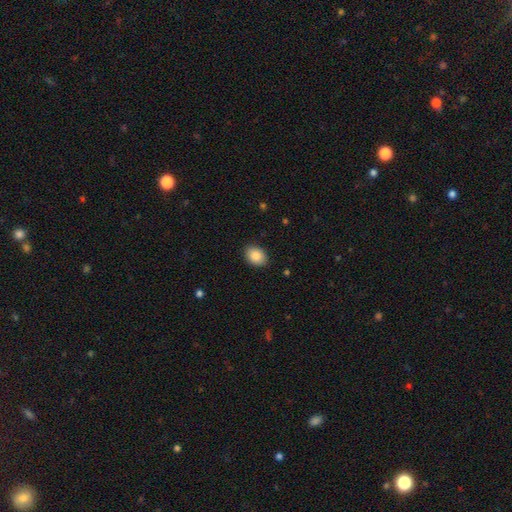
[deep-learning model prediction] Smooth or featured? Predicted: smooth (p=0.88). How rounded? Predicted: in between (p=0.73). Merging? Predicted: none (p=0.88).